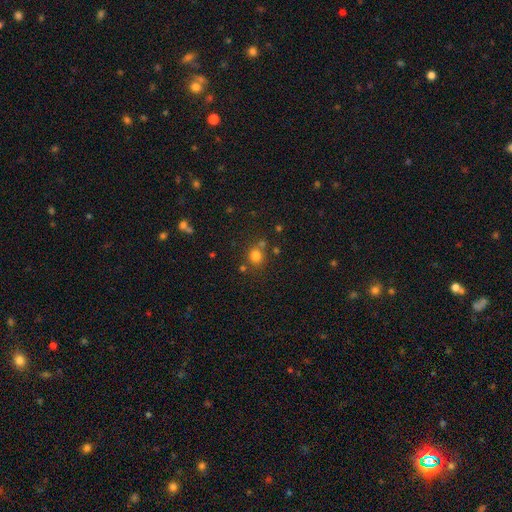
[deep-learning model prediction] Overall: smooth (76%). How rounded: round (87%). Merging: none (69%).